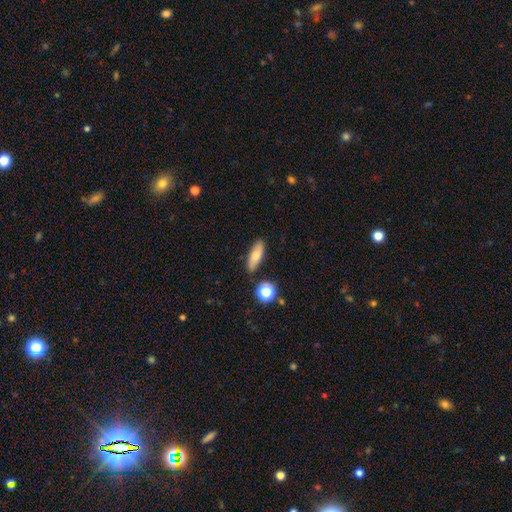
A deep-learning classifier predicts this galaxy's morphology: Smooth or featured?
  - smooth: 75% *
  - featured or disk: 16%
  - star or artifact: 9%
How rounded?
  - in between: 57% *
  - cigar-shaped: 39%
  - round: 4%
Merging?
  - none: 84% *
  - minor disturbance: 10%
  - merger: 4%
  - major disturbance: 2%